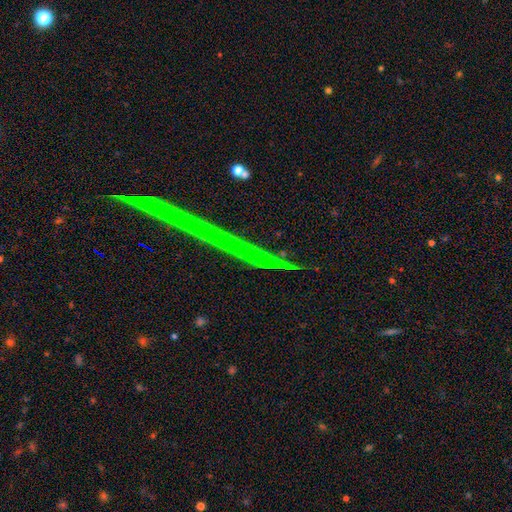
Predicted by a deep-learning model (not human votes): Q: Smooth or featured?
A: featured or disk (42%); runner-up: star or artifact (37%)
Q: Merging?
A: none (91%); runner-up: minor disturbance (5%)